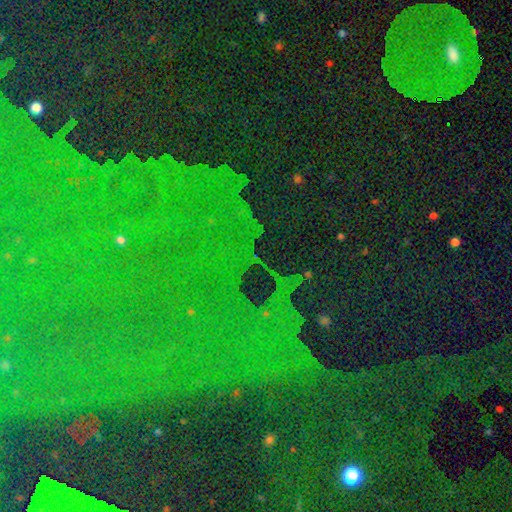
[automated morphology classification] A star or artifact, not a galaxy (85%).

Vote fractions:
- Smooth or featured? star or artifact: 85% / featured or disk: 8% / smooth: 7%